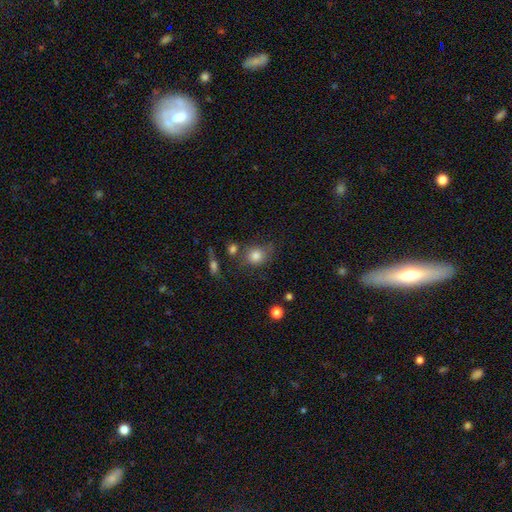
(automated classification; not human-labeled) smooth_or_featured: smooth (p=0.81) [alt: star or artifact p=0.10]
how_rounded: round (p=0.70) [alt: in between p=0.29]
merging: none (p=0.58) [alt: minor disturbance p=0.22]